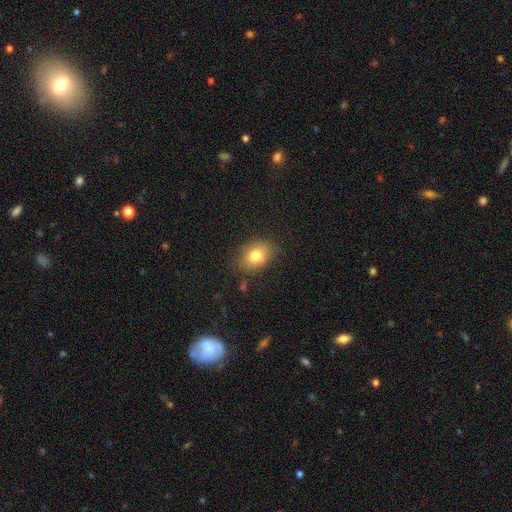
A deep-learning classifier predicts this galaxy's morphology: smooth 79%, featured or disk 11%, star or artifact 10%. Down the decision tree: how rounded — in between (65%); merging — none (79%).